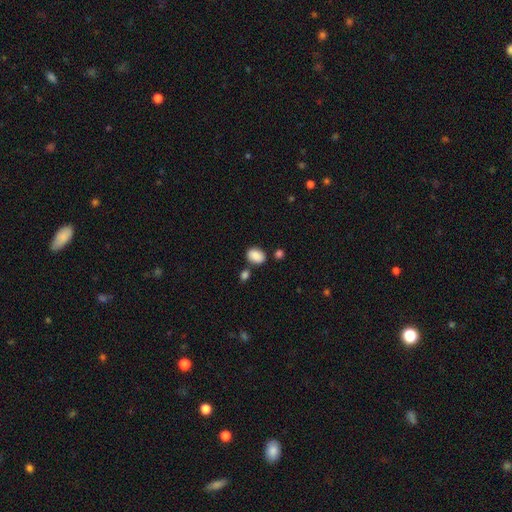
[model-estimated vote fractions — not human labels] Morphology: type=smooth (87%); roundness=in between (78%); merging=none (71%).